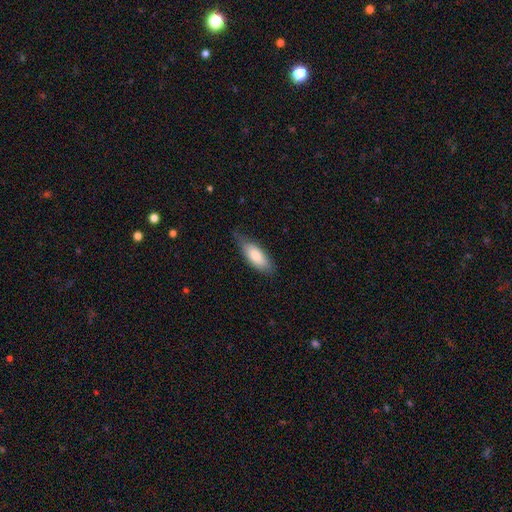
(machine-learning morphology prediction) A smooth galaxy with no disk features (77%) that is in between round and cigar-shaped (78%).

Vote fractions:
- Smooth or featured? smooth: 77% / featured or disk: 17% / star or artifact: 6%
- How rounded? in between: 78% / cigar-shaped: 20% / round: 2%
- Merging? none: 64% / minor disturbance: 29% / major disturbance: 6% / merger: 1%